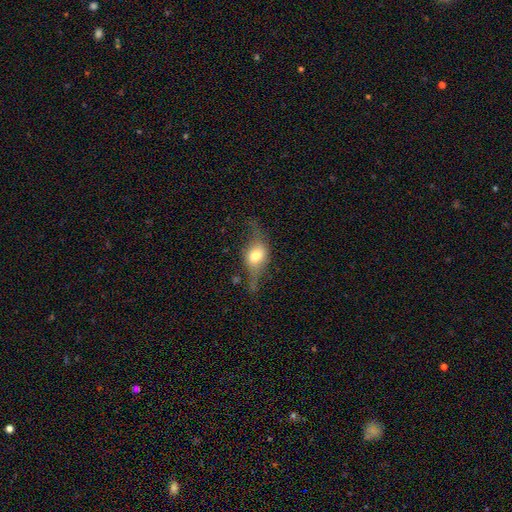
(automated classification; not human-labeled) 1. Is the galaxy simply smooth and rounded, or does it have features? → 55% featured or disk, 37% smooth, 8% star or artifact.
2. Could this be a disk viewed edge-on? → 69% yes, 31% no.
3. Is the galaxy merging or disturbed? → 53% none, 26% minor disturbance, 19% major disturbance, 3% merger.